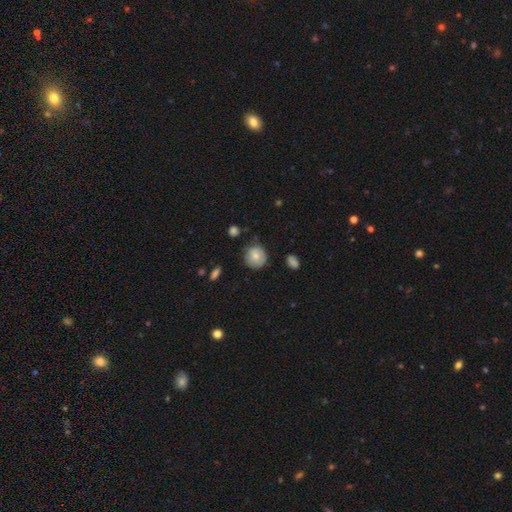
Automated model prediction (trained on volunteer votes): This is likely a smooth galaxy (72%). How rounded: clearly round (88%). Merging: likely none (72%).